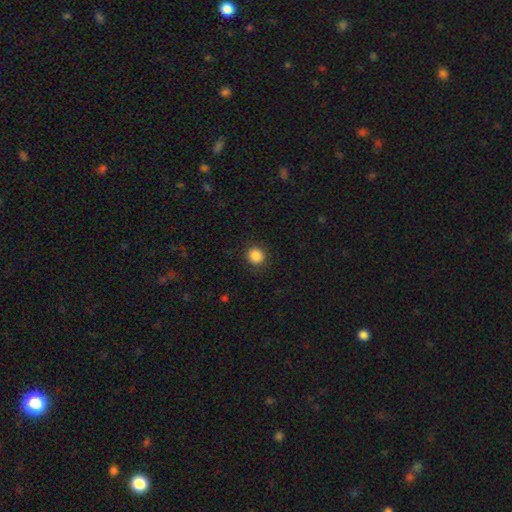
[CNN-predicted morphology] Q: Smooth or featured?
A: smooth (87%); runner-up: star or artifact (10%)
Q: How rounded?
A: round (90%); runner-up: in between (9%)
Q: Merging?
A: none (89%); runner-up: minor disturbance (7%)